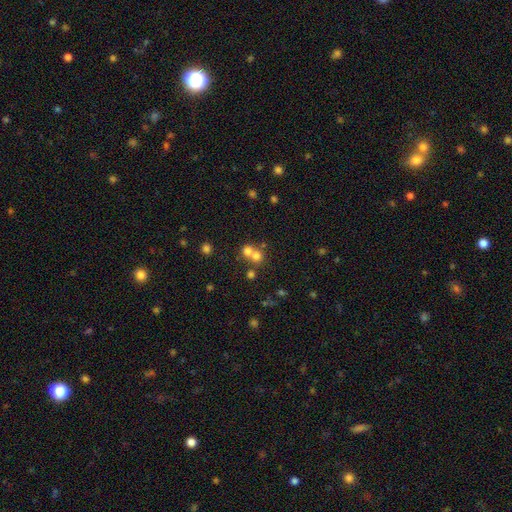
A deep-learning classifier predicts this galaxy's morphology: This appears to be a smooth galaxy with no disk features (69%) that is round (86%). Merging: merger (54%).